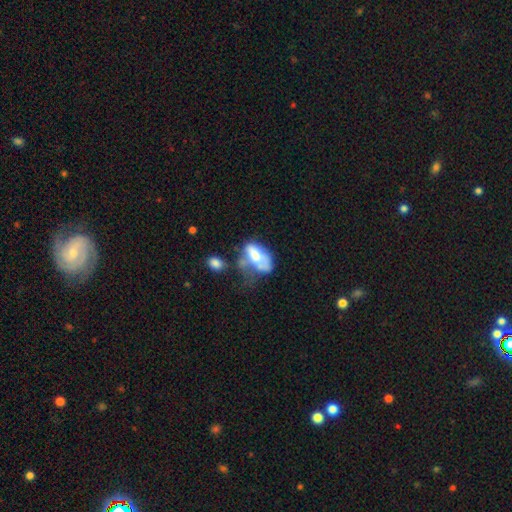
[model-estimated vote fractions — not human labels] Q: Smooth or featured?
A: smooth (53%); runner-up: featured or disk (38%)
Q: How rounded?
A: in between (89%); runner-up: round (8%)
Q: Merging?
A: major disturbance (36%); runner-up: merger (28%)